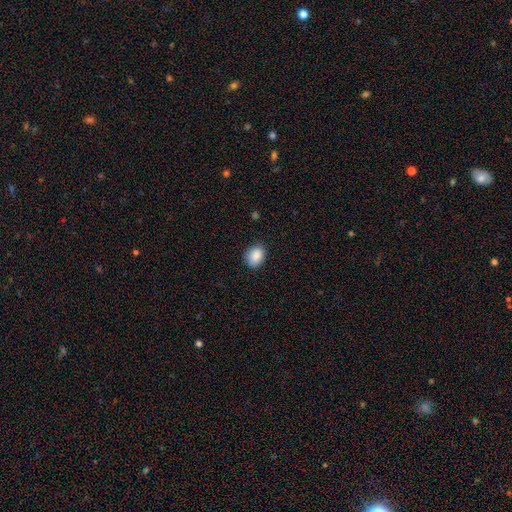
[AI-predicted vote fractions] Smooth or featured?
  - smooth: 88% *
  - star or artifact: 8%
  - featured or disk: 4%
How rounded?
  - in between: 57% *
  - round: 42%
  - cigar-shaped: 1%
Merging?
  - none: 81% *
  - minor disturbance: 15%
  - major disturbance: 3%
  - merger: 1%